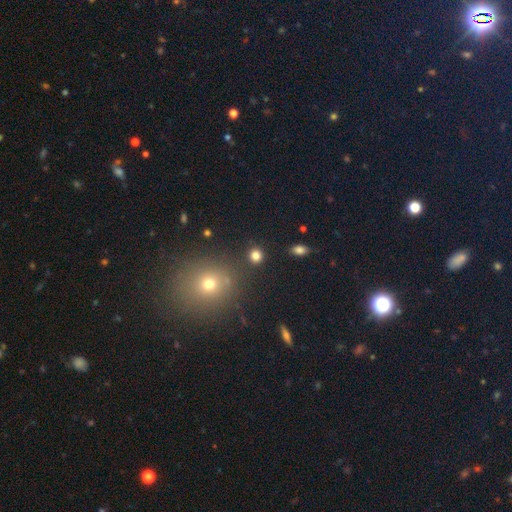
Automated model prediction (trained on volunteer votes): smooth_or_featured: smooth (p=0.81) [alt: star or artifact p=0.14]
how_rounded: round (p=0.86) [alt: in between p=0.12]
merging: none (p=0.88) [alt: minor disturbance p=0.06]